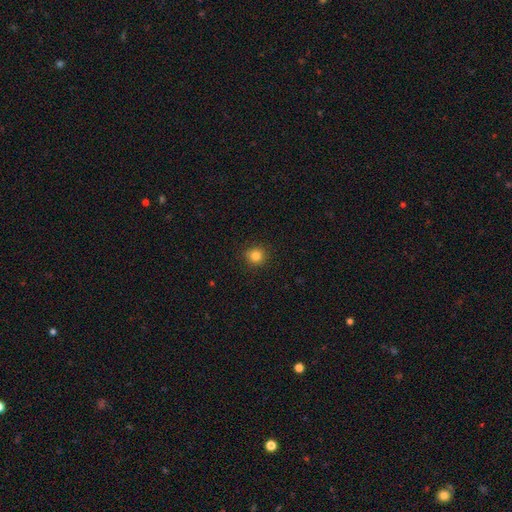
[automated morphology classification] type=smooth (83%); roundness=round (92%); merging=none (91%).